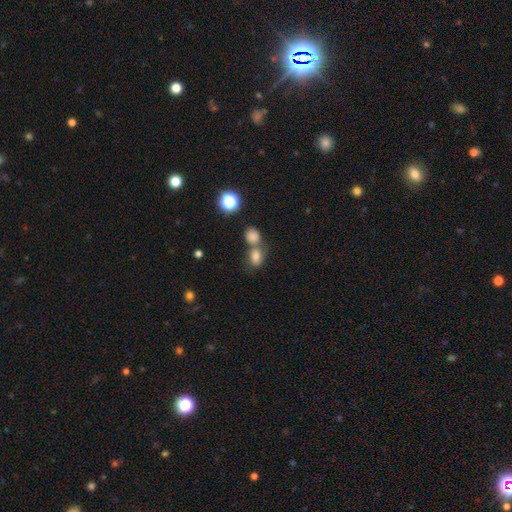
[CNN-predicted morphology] Smooth or featured? smooth (76%)
How rounded? in between (57%)
Merging? merger (46%)